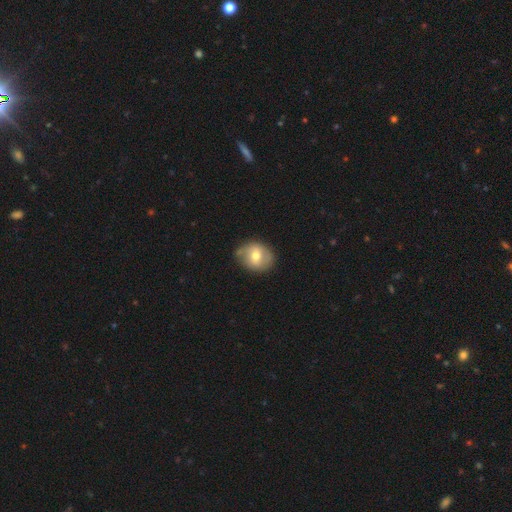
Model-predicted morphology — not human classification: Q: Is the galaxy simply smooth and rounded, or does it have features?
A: smooth — 57%.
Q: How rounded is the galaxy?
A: round — 59%.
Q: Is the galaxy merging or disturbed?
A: none — 68%.